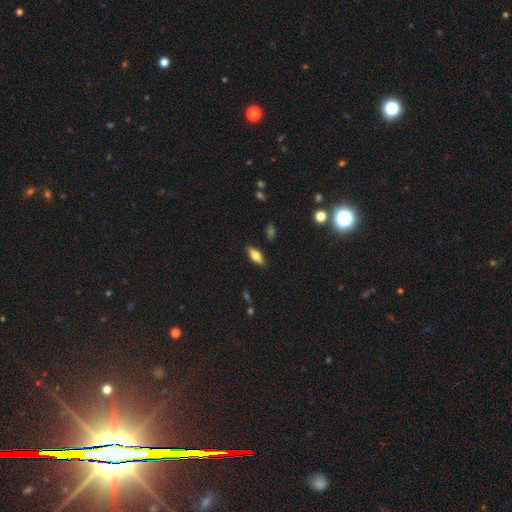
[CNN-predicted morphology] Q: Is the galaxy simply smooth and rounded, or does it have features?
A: smooth — 67%.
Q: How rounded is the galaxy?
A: in between — 75%.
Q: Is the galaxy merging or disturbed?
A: none — 87%.